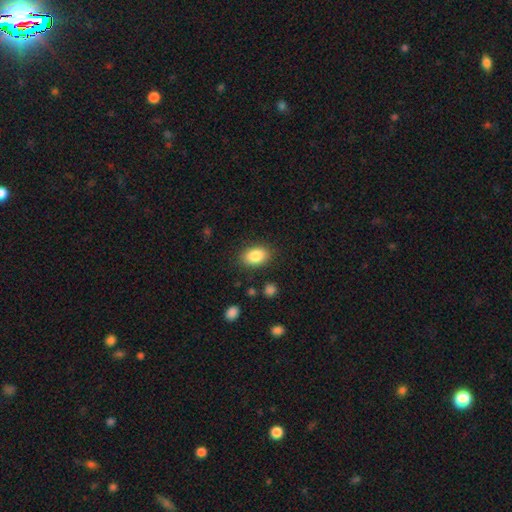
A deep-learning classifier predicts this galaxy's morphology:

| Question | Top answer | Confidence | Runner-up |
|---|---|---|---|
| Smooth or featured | smooth | 86% | star or artifact (8%) |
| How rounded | in between | 85% | round (14%) |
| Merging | none | 86% | minor disturbance (10%) |